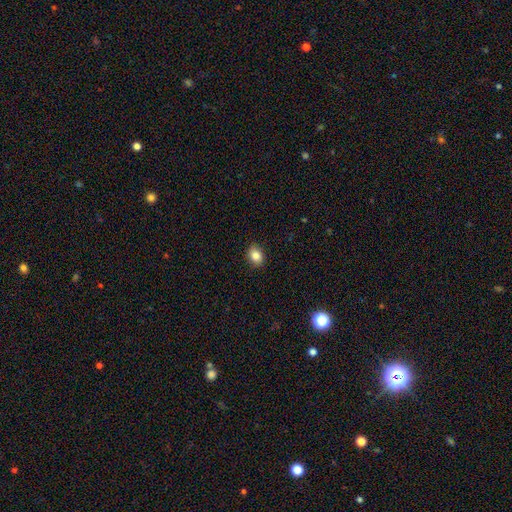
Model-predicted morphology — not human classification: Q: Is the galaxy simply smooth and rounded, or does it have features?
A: smooth — 84%.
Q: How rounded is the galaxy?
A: in between — 57%.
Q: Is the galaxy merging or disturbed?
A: none — 89%.